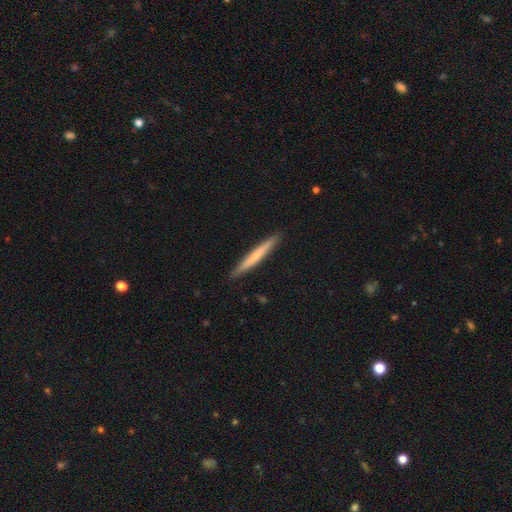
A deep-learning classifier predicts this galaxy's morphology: type=smooth (62%); roundness=cigar-shaped (97%); merging=none (92%).